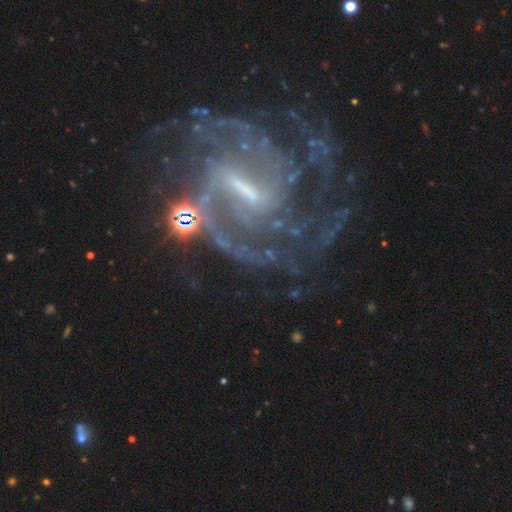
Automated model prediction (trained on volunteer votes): Overall: featured or disk (90%). Edge-on disk: no (97%). Bar: strong (49%; weak 41%). Spiral arms: yes (97%). Spiral arm count: 2 (27%; can't tell 22%). Spiral winding: tight (46%; medium 43%). Bulge size: small (52%; moderate 24%). Merging: none (63%).